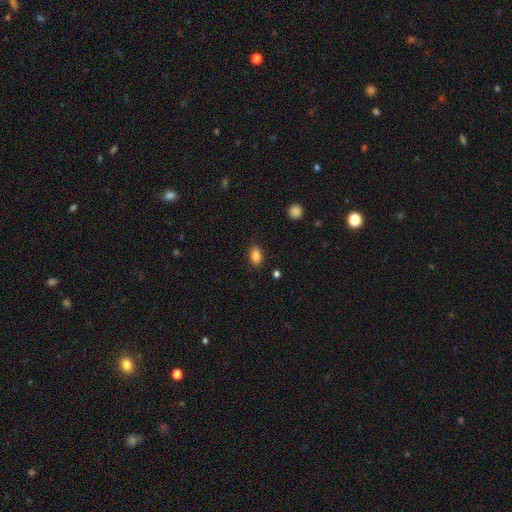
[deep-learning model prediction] Smooth or featured?
  - smooth: 86% *
  - star or artifact: 9%
  - featured or disk: 5%
How rounded?
  - in between: 85% *
  - round: 13%
  - cigar-shaped: 2%
Merging?
  - none: 86% *
  - minor disturbance: 9%
  - major disturbance: 3%
  - merger: 1%